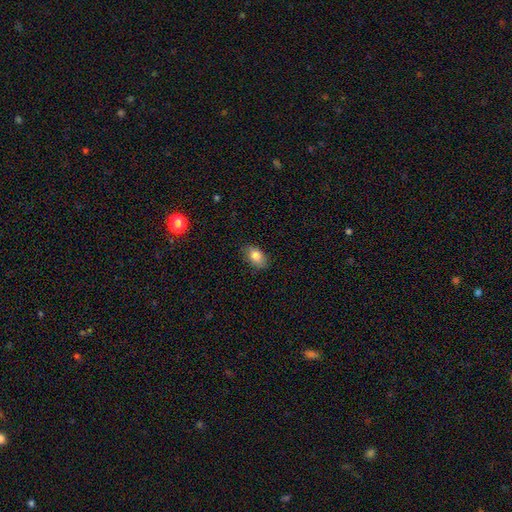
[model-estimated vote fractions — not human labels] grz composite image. It shows a smooth galaxy with no disk features (83%) that is in between round and cigar-shaped (89%). Merging: none (84%).